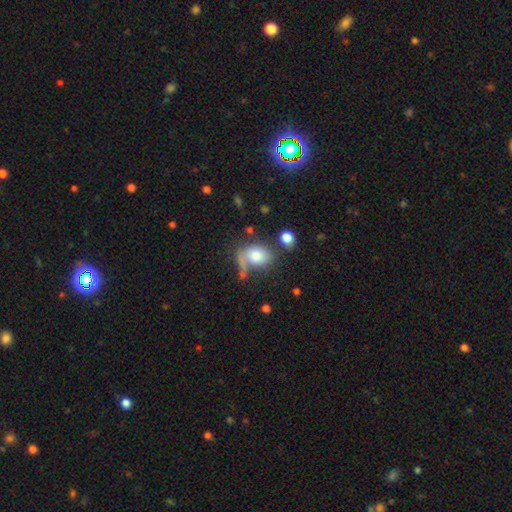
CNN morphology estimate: This appears to be a smooth galaxy with no disk features (75%) that is in between round and cigar-shaped (75%). Merging: none (48%).